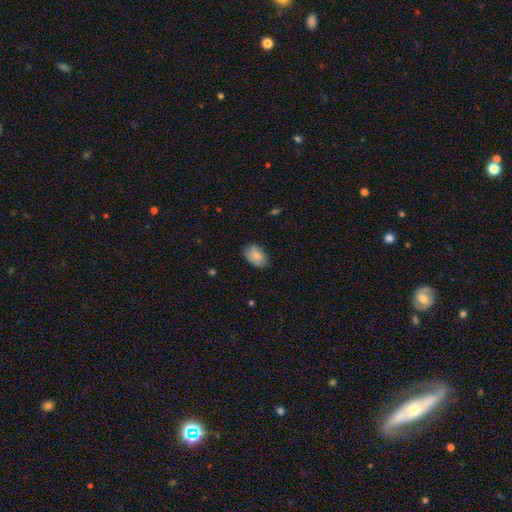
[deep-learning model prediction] Morphology: type=smooth (84%); roundness=in between (87%); merging=none (76%).